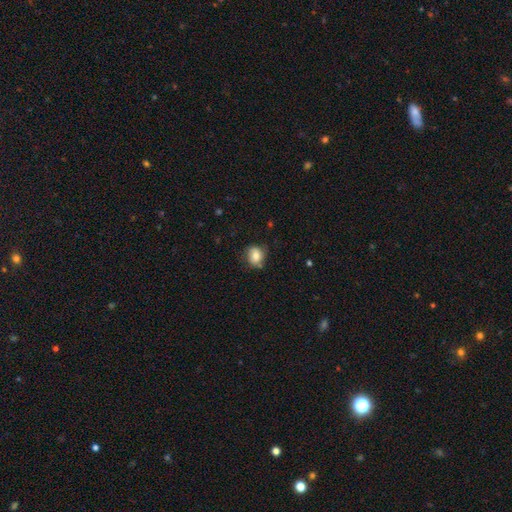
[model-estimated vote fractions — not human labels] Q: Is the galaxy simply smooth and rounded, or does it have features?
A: smooth — 75%.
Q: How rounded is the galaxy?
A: round — 61%.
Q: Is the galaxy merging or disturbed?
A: none — 68%.